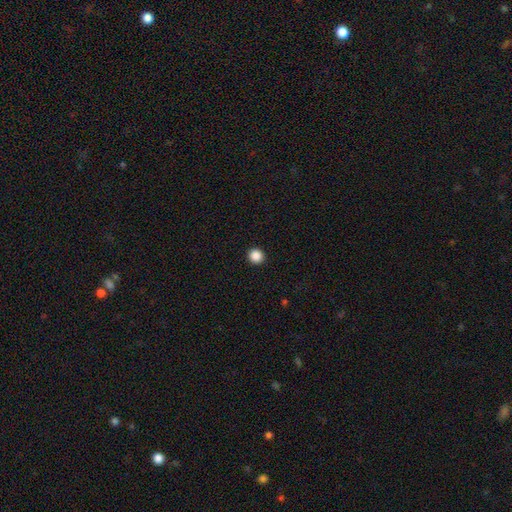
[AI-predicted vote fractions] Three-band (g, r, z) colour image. It shows a smooth galaxy with no disk features (88%) that is round (93%). Merging: none (94%).